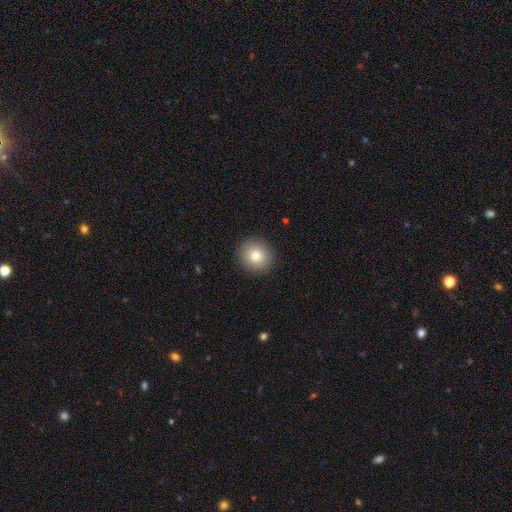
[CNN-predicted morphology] This is clearly a smooth galaxy (80%). How rounded: clearly round (84%). Merging: clearly none (91%).